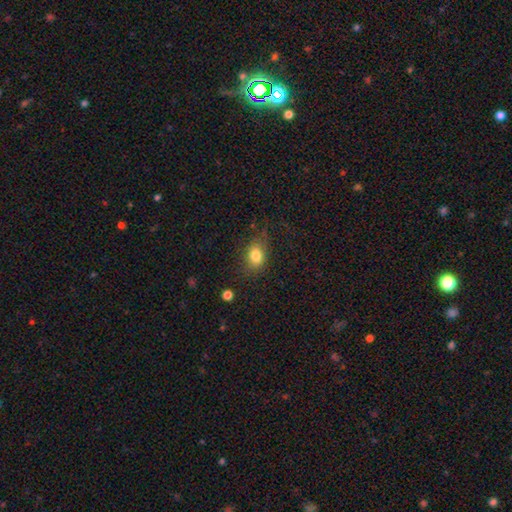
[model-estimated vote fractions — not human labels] This is clearly a smooth galaxy (81%). How rounded: likely in between (72%). Merging: likely none (67%).